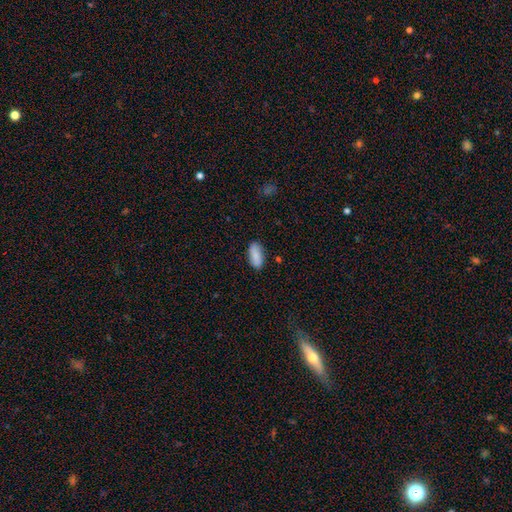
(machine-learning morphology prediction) Smooth or featured? smooth (87%)
How rounded? in between (84%)
Merging? none (84%)